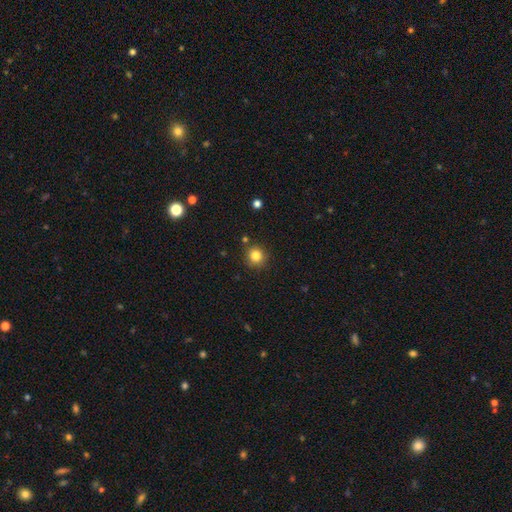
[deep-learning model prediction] Q: Smooth or featured?
A: smooth (82%); runner-up: star or artifact (12%)
Q: How rounded?
A: round (91%); runner-up: in between (8%)
Q: Merging?
A: none (85%); runner-up: minor disturbance (9%)